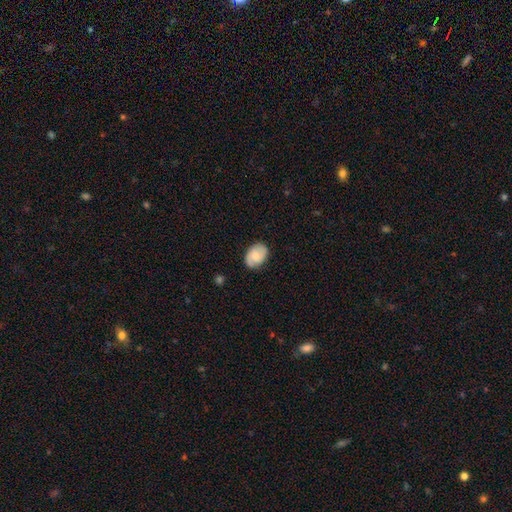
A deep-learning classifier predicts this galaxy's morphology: Overall: smooth (55%; featured or disk 37%). How rounded: in between (78%). Merging: none (78%).